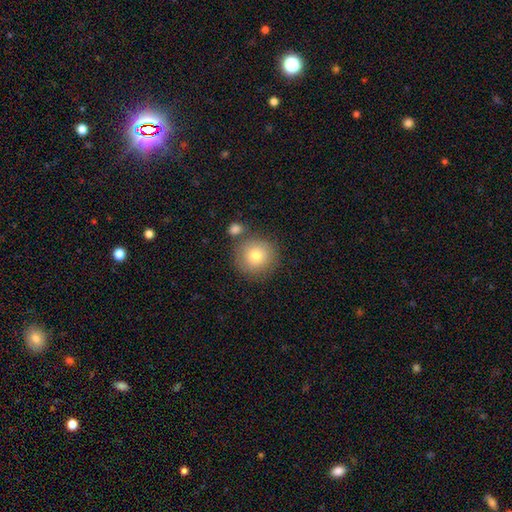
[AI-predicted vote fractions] Q: Smooth or featured?
A: smooth (75%); runner-up: featured or disk (16%)
Q: How rounded?
A: round (93%); runner-up: in between (6%)
Q: Merging?
A: none (71%); runner-up: merger (13%)